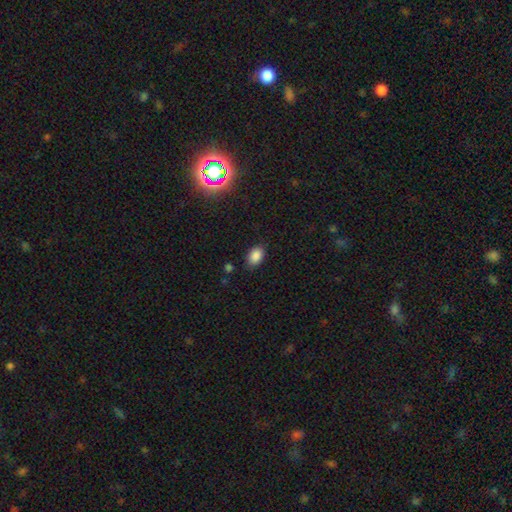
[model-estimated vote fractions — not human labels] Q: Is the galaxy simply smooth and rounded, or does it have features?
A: smooth — 86%.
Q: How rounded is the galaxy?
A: in between — 87%.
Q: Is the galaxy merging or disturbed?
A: none — 82%.